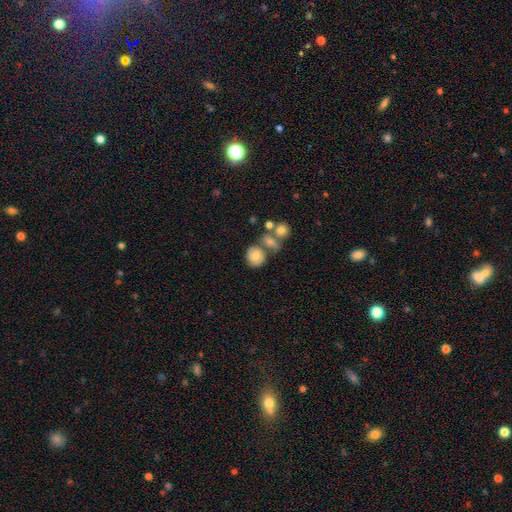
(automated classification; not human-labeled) Q: Smooth or featured?
A: smooth (72%); runner-up: featured or disk (19%)
Q: How rounded?
A: round (78%); runner-up: in between (21%)
Q: Merging?
A: none (51%); runner-up: merger (26%)